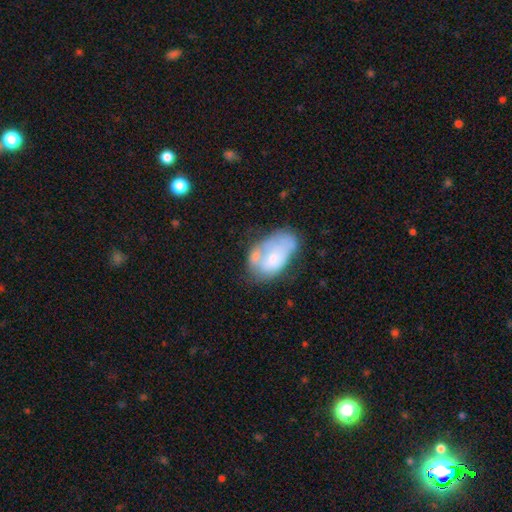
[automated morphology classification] A smooth galaxy with no disk features (53%) that is in between round and cigar-shaped (89%).

Vote fractions:
- Smooth or featured? smooth: 53% / featured or disk: 39% / star or artifact: 8%
- How rounded? in between: 89% / round: 10% / cigar-shaped: 2%
- Merging? merger: 28% / none: 27% / minor disturbance: 25% / major disturbance: 20%